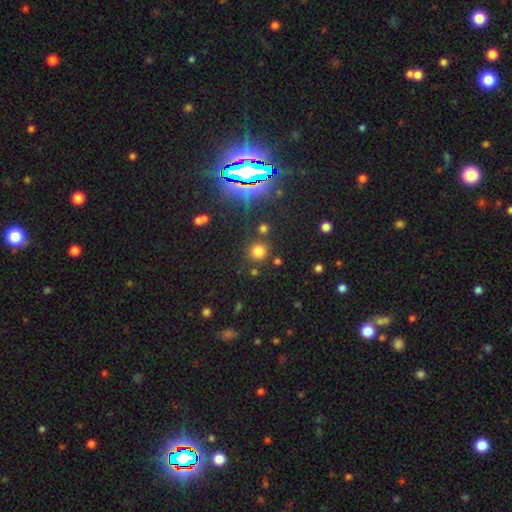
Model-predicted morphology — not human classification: smooth 49%, star or artifact 44%, featured or disk 7%. Down the decision tree: merging — none (85%).